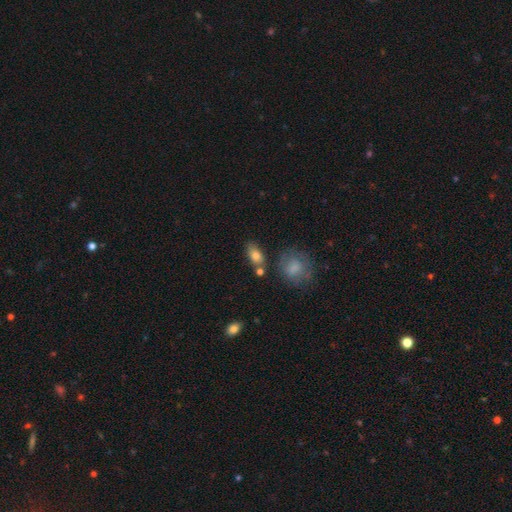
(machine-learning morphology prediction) Smooth or featured? smooth (81%)
How rounded? in between (83%)
Merging? none (68%)